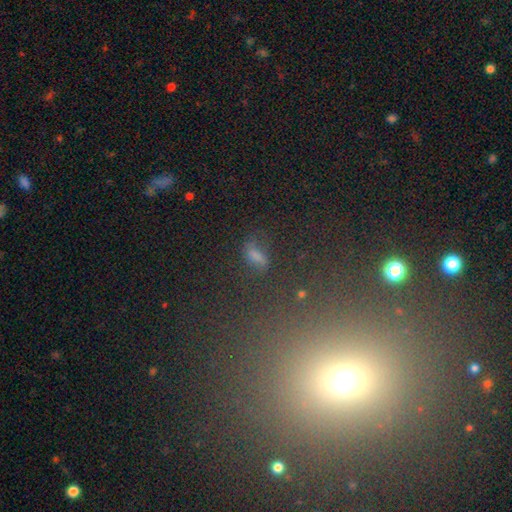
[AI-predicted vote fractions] Smooth or featured? smooth (48%)
Merging? none (57%)